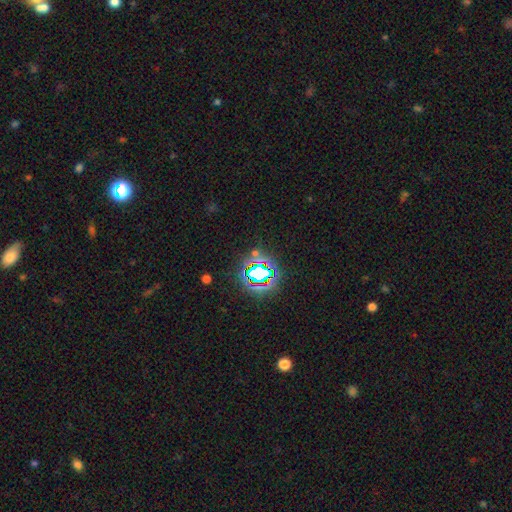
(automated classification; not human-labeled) smooth_or_featured: star or artifact (p=0.72) [alt: smooth p=0.19]